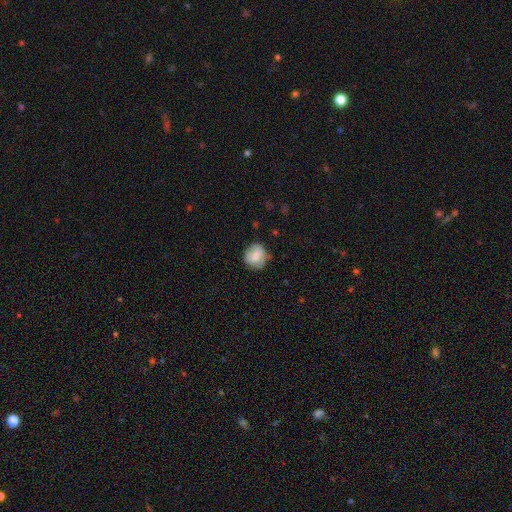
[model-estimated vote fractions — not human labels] smooth 66%, featured or disk 27%, star or artifact 8%. Down the decision tree: how rounded — round (82%); merging — none (74%).